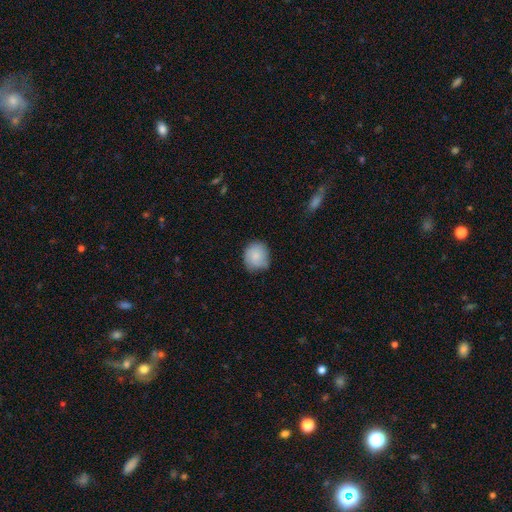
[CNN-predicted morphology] type=smooth (81%); roundness=round (78%); merging=none (66%).